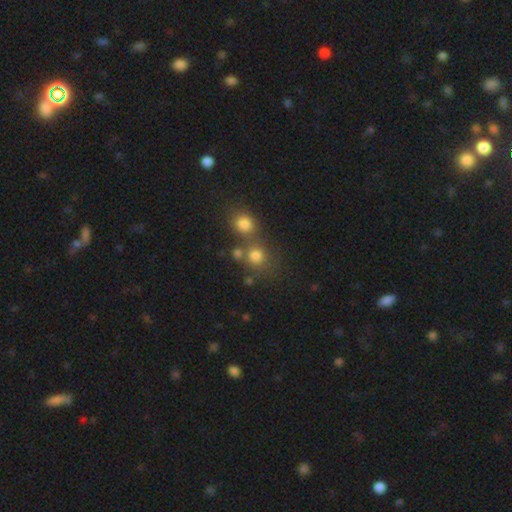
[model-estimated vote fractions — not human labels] A smooth galaxy with no disk features (76%) that is round (84%).

Vote fractions:
- Smooth or featured? smooth: 76% / star or artifact: 15% / featured or disk: 8%
- How rounded? round: 84% / in between: 15% / cigar-shaped: 1%
- Merging? none: 51% / merger: 37% / minor disturbance: 8% / major disturbance: 4%